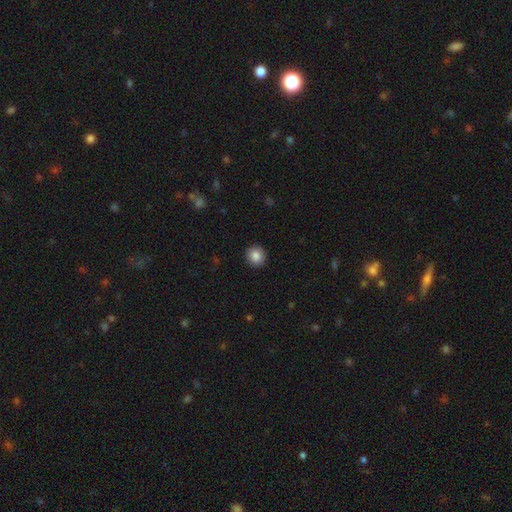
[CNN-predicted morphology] smooth 86%, star or artifact 9%, featured or disk 5%. Down the decision tree: how rounded — round (88%); merging — none (92%).